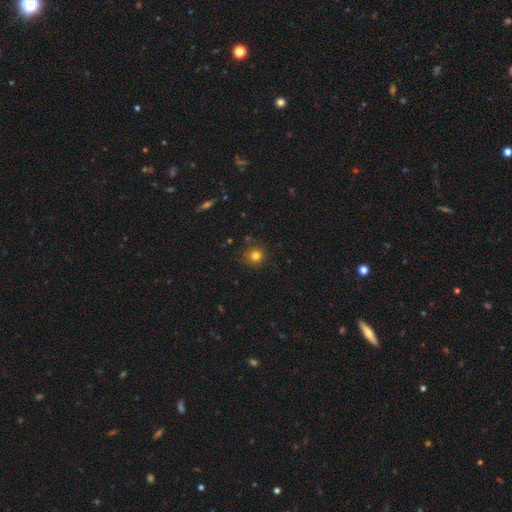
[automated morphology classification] Q: Smooth or featured?
A: smooth (79%); runner-up: star or artifact (14%)
Q: How rounded?
A: round (92%); runner-up: in between (7%)
Q: Merging?
A: none (82%); runner-up: minor disturbance (12%)